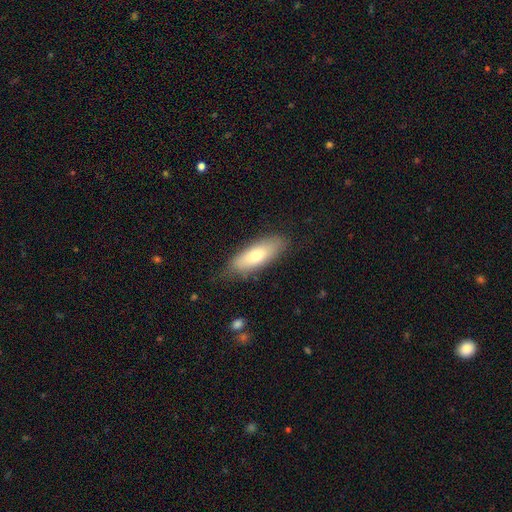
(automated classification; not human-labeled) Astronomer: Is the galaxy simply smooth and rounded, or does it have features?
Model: smooth — 73%.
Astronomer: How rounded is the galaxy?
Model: in between — 67%.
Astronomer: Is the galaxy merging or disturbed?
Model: none — 77%.